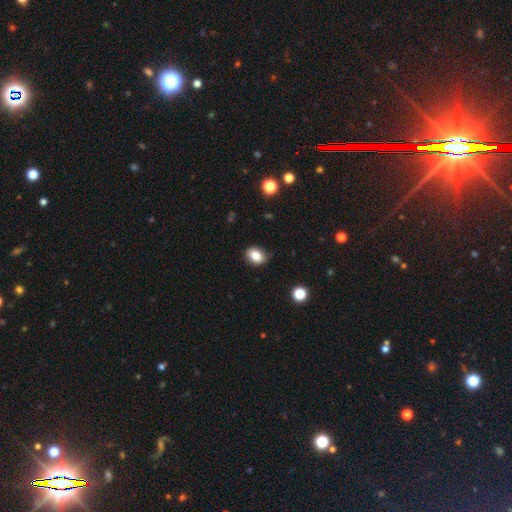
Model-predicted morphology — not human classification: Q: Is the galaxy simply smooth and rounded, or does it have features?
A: smooth — 81%.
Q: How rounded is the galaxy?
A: in between — 66%.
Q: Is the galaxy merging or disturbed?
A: none — 83%.